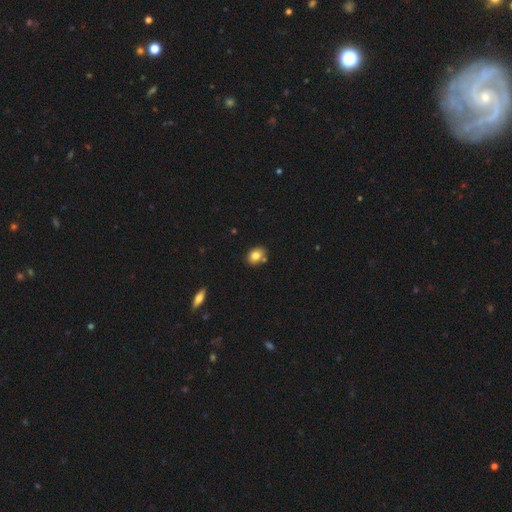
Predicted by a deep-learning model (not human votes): The model was most divided on "how rounded": in between: 61%, round: 38%, cigar-shaped: 1%. More confident: smooth or featured — smooth (79%); merging — none (74%).